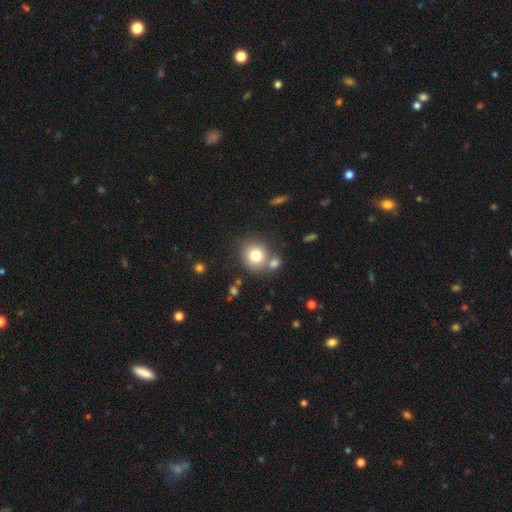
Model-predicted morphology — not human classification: smooth-or-featured: smooth: 77% | featured or disk: 12% | star or artifact: 11%
  how-rounded: round: 80% | in between: 19% | cigar-shaped: 1%
  merging: none: 63% | merger: 23% | minor disturbance: 10% | major disturbance: 4%